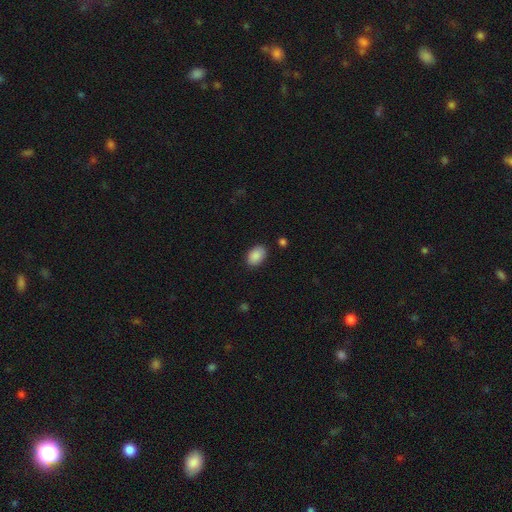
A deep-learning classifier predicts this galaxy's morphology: Smooth or featured: smooth — 89% (star or artifact — 7%)
How rounded: in between — 88% (round — 11%)
Merging: none — 85% (minor disturbance — 11%)